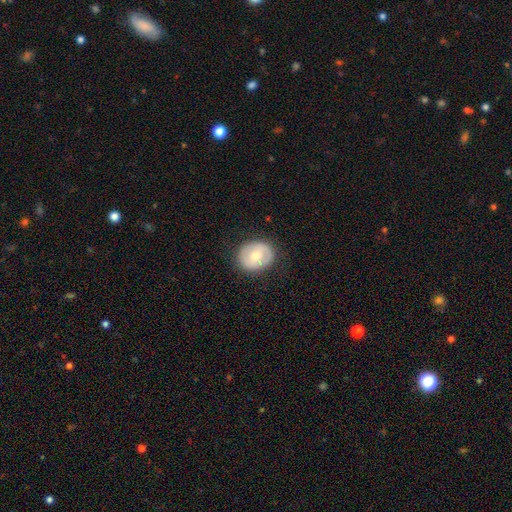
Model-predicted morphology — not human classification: Overall: smooth (57%; featured or disk 36%). How rounded: round (62%; in between 37%). Merging: none (84%).